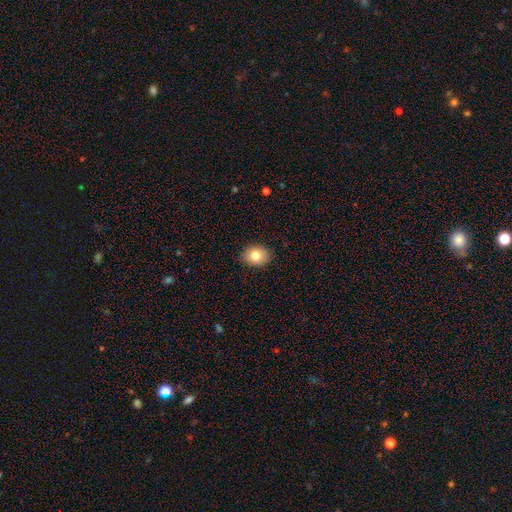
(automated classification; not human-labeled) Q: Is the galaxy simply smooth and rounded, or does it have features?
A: smooth — 80%.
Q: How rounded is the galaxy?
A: in between — 52%.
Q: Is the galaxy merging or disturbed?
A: none — 88%.